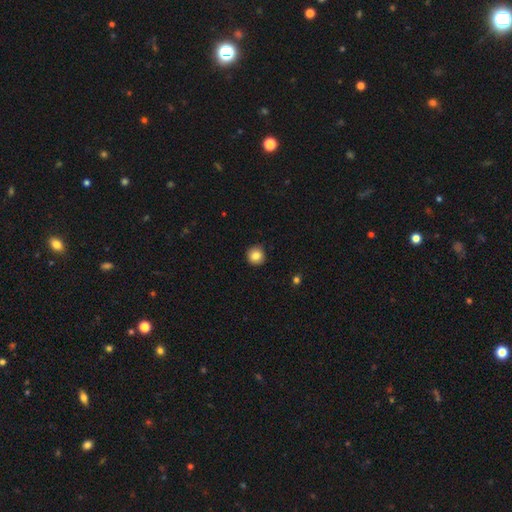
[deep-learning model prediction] Overall: smooth (84%). How rounded: round (95%). Merging: none (91%).